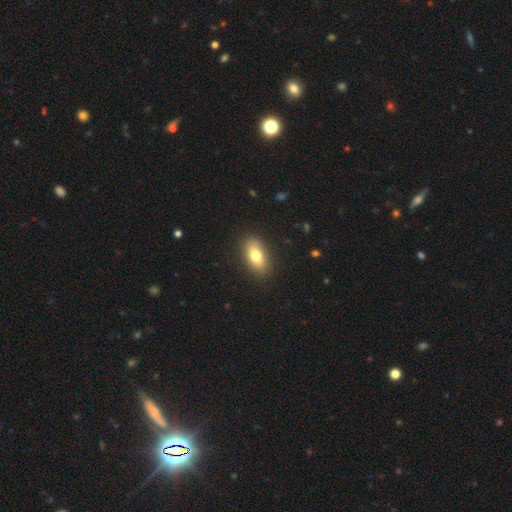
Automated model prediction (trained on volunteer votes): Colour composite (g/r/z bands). It shows a smooth galaxy with no disk features (77%) that is in between round and cigar-shaped (88%). Merging: none (88%).